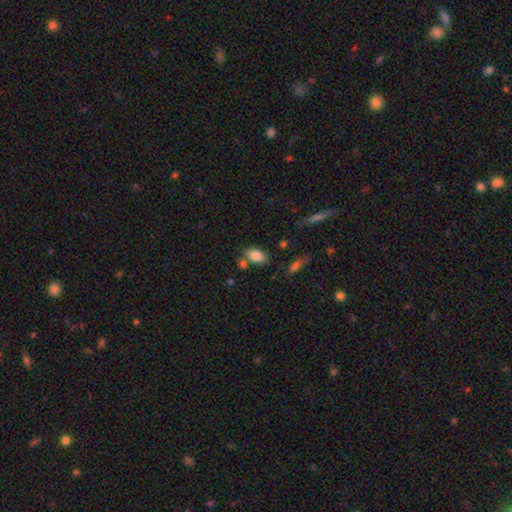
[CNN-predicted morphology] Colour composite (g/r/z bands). It shows a smooth galaxy with no disk features (83%) that is in between round and cigar-shaped (89%). Merging: none (70%).